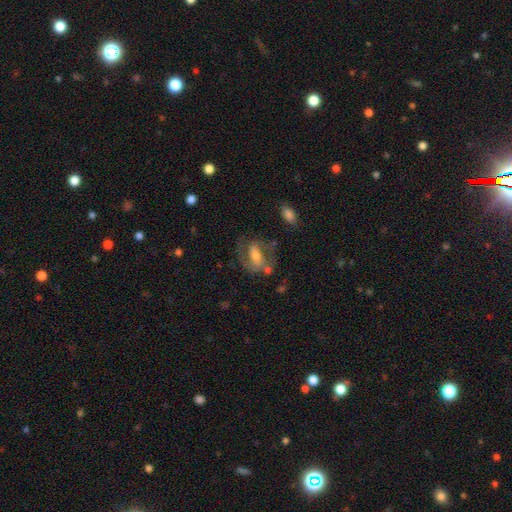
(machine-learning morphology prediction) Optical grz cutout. It shows a featured or disk galaxy (68%) with a weak bar (37%), 2 (77%) medium (51%) spiral arms (81%) and a moderate central bulge (52%). Merging: none (56%).